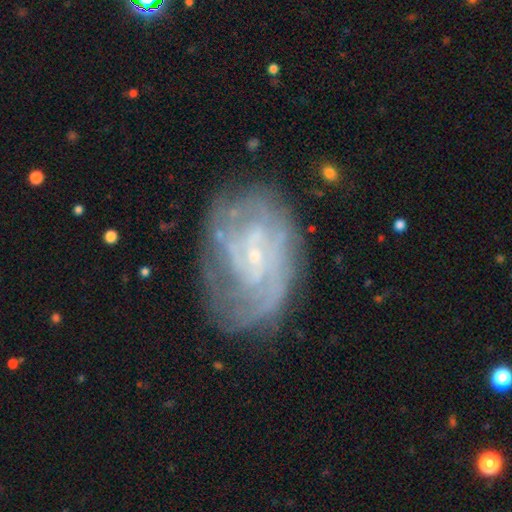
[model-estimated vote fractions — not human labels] Morphology: type=featured or disk (80%); edge-on=no (97%); bar=no (49%); spiral arms=yes (86%); winding=tight (54%); arm count=can't tell (47%); bulge=small (83%); merging=none (64%).